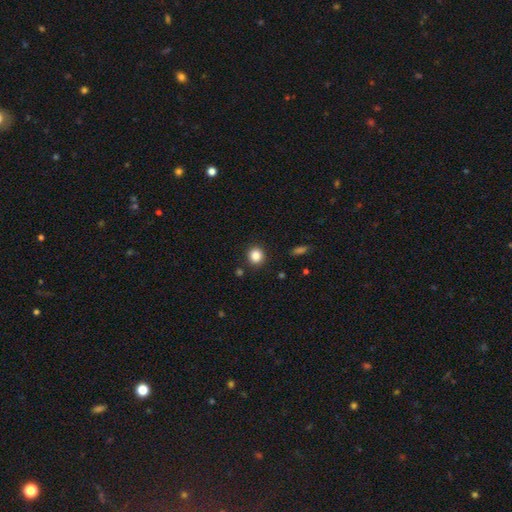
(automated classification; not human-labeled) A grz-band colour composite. It shows a smooth galaxy with no disk features (86%) that is round (88%). Merging: none (90%).